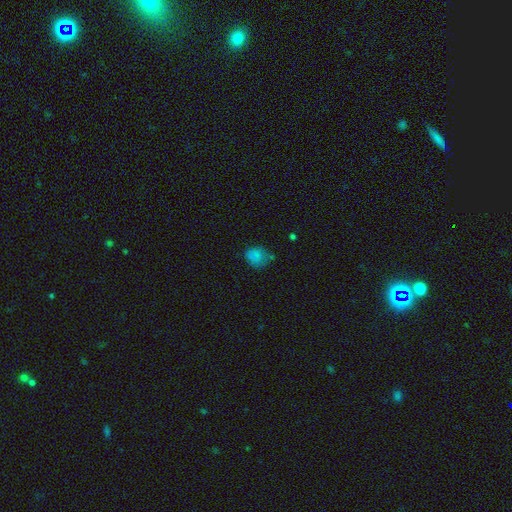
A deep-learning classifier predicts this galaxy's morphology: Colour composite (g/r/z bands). It shows a smooth galaxy with no disk features (79%) that is round (67%). Merging: none (60%).